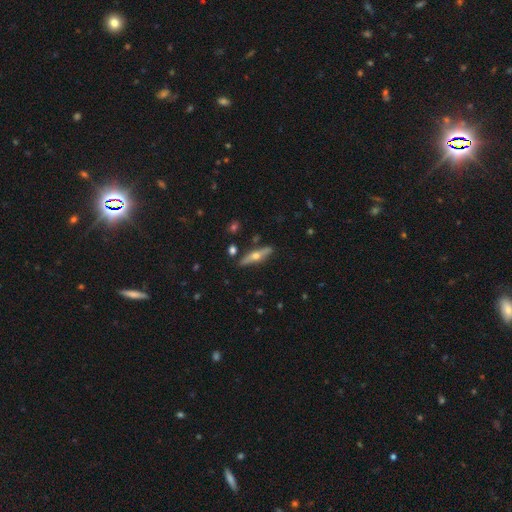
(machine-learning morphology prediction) smooth-or-featured: featured or disk: 59% | smooth: 35% | star or artifact: 6%
  disk-edge-on: yes: 93% | no: 7%
    edge-on-bulge: rounded: 94% | none: 4% | boxy: 2%
  merging: none: 85% | minor disturbance: 10% | merger: 3% | major disturbance: 2%